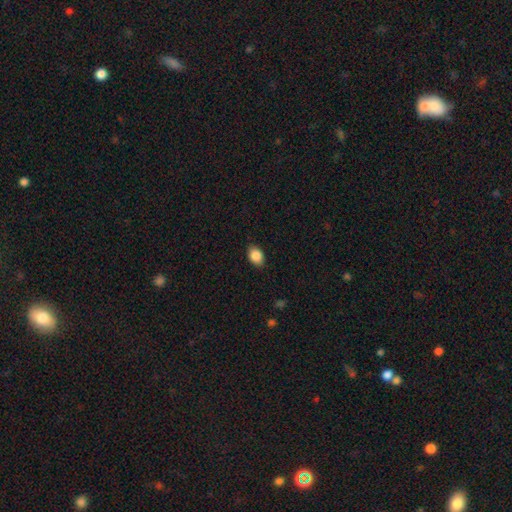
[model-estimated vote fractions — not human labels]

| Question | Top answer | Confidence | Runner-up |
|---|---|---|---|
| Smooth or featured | smooth | 88% | star or artifact (8%) |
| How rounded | in between | 78% | round (21%) |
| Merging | none | 87% | minor disturbance (10%) |